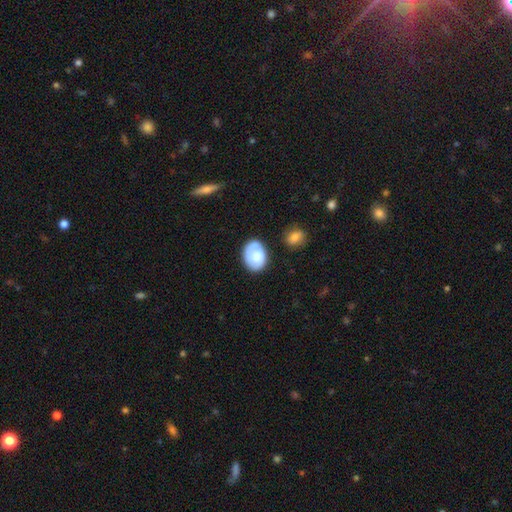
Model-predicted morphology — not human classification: type=smooth (66%); roundness=in between (68%); merging=none (67%).